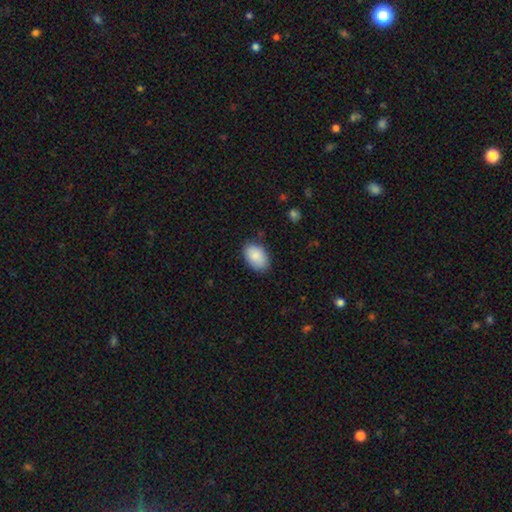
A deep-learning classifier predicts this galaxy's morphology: Overall: smooth (87%). How rounded: in between (90%). Merging: none (81%).